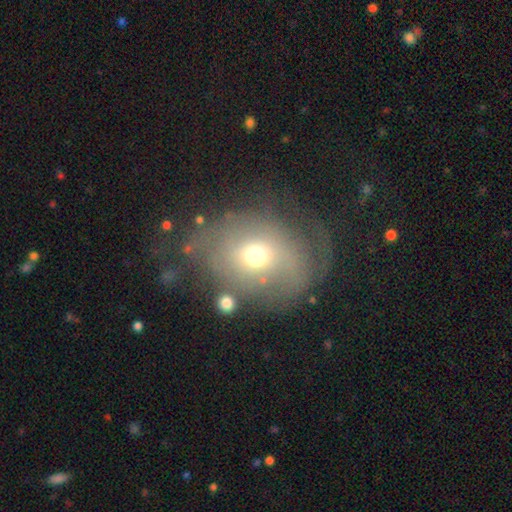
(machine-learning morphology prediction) Smooth or featured?
  - featured or disk: 46% *
  - smooth: 42%
  - star or artifact: 12%
Merging?
  - none: 40% *
  - major disturbance: 33%
  - minor disturbance: 22%
  - merger: 5%